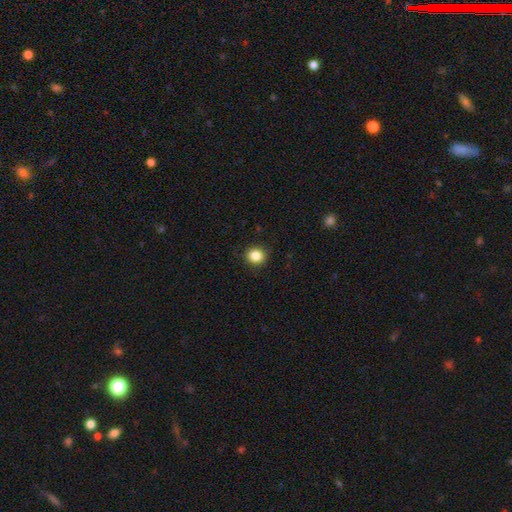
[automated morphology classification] Overall: smooth (85%). How rounded: round (84%). Merging: none (91%).